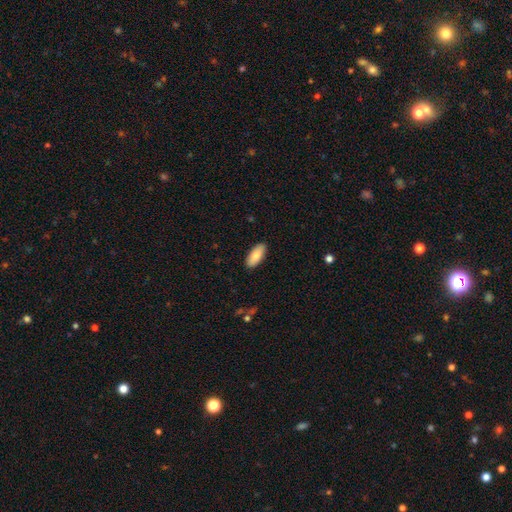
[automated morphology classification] A smooth galaxy with no disk features (86%) that is in between round and cigar-shaped (82%).

Vote fractions:
- Smooth or featured? smooth: 86% / featured or disk: 8% / star or artifact: 6%
- How rounded? in between: 82% / cigar-shaped: 16% / round: 2%
- Merging? none: 90% / minor disturbance: 8% / major disturbance: 2% / merger: 1%